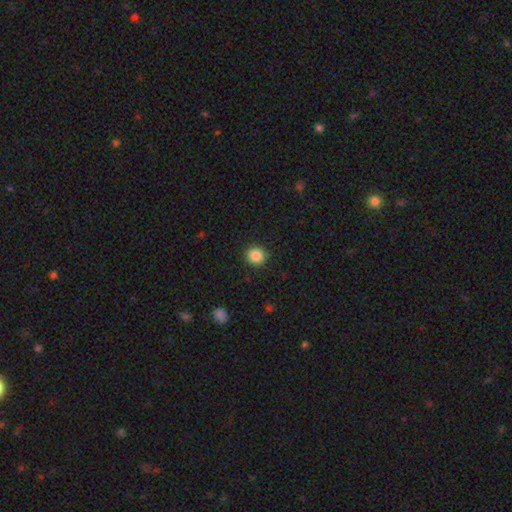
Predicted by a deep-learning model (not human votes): A smooth galaxy with no disk features (87%) that is round (89%).

Vote fractions:
- Smooth or featured? smooth: 87% / star or artifact: 10% / featured or disk: 4%
- How rounded? round: 89% / in between: 10% / cigar-shaped: 1%
- Merging? none: 91% / minor disturbance: 6% / major disturbance: 2% / merger: 1%